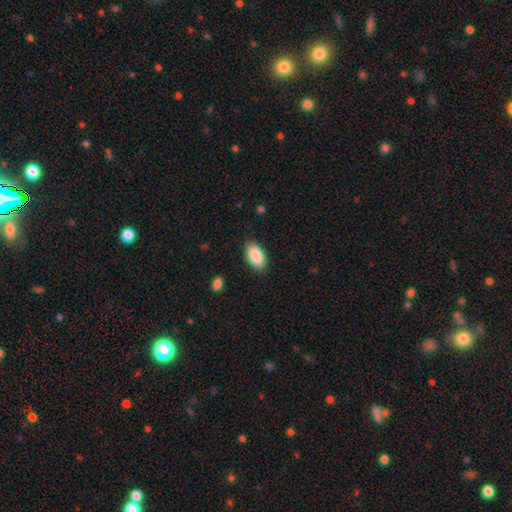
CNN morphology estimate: Q: Smooth or featured?
A: smooth (89%); runner-up: star or artifact (6%)
Q: How rounded?
A: in between (95%); runner-up: round (3%)
Q: Merging?
A: none (85%); runner-up: minor disturbance (12%)